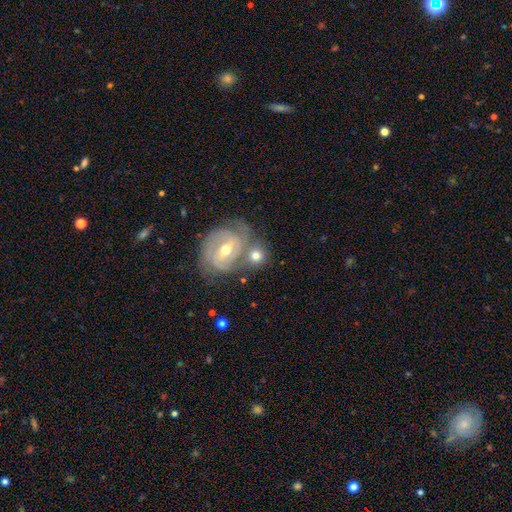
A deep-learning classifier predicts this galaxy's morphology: Smooth or featured? Predicted: featured or disk (p=0.50). Merging? Predicted: none (p=0.50).